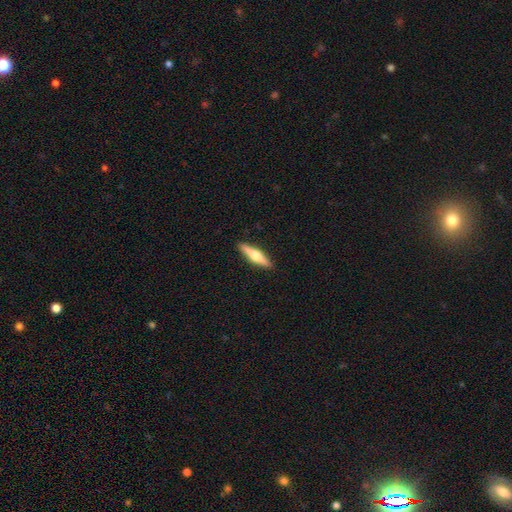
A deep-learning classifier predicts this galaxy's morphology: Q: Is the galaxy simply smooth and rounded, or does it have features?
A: featured or disk — 58%.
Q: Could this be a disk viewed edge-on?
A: yes — 97%.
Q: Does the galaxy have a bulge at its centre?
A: rounded — 94%.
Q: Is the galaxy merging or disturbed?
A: none — 91%.